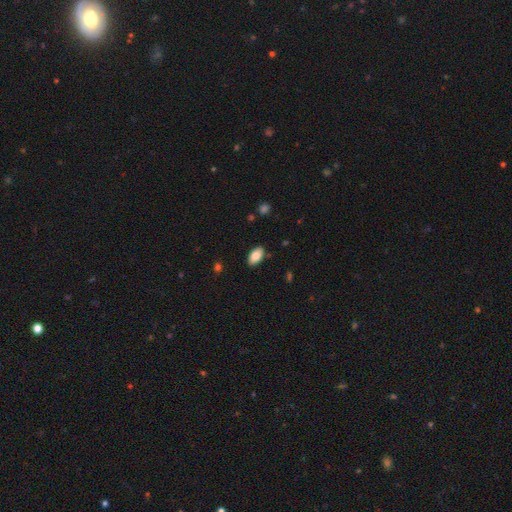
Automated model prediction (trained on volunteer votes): Overall: smooth (85%). How rounded: in between (95%). Merging: none (88%).